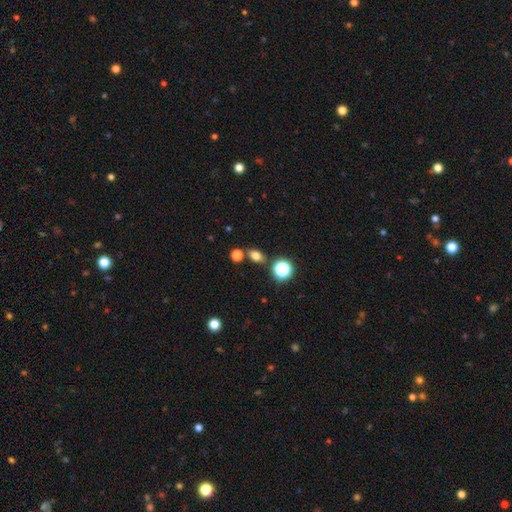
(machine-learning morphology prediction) Overall: smooth (74%). How rounded: in between (67%; round 30%). Merging: none (77%).